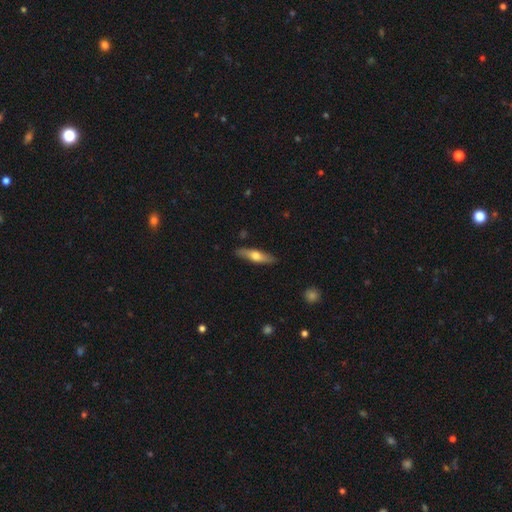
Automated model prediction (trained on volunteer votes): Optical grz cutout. It shows a smooth galaxy with no disk features (53%) that is cigar-shaped (69%). Merging: none (87%).